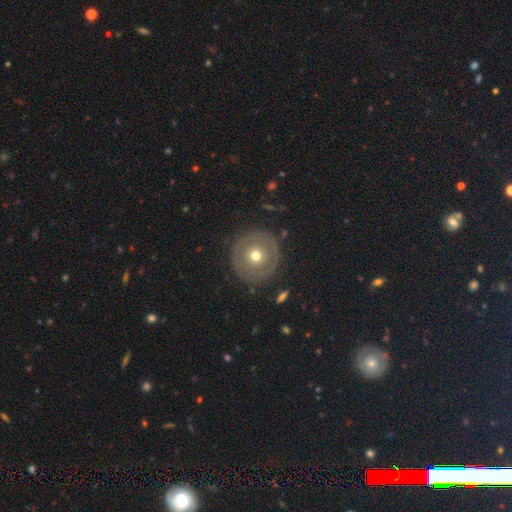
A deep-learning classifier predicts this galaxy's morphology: This is possibly a featured or disk galaxy (47%). Merging: clearly none (85%).